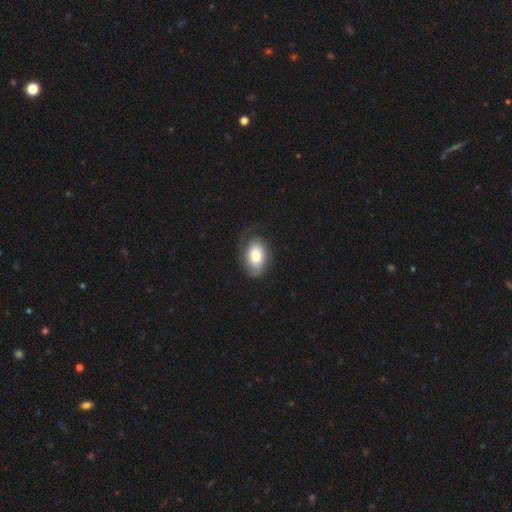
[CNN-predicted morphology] Smooth or featured? Predicted: smooth (p=0.65). How rounded? Predicted: in between (p=0.88). Merging? Predicted: none (p=0.60).